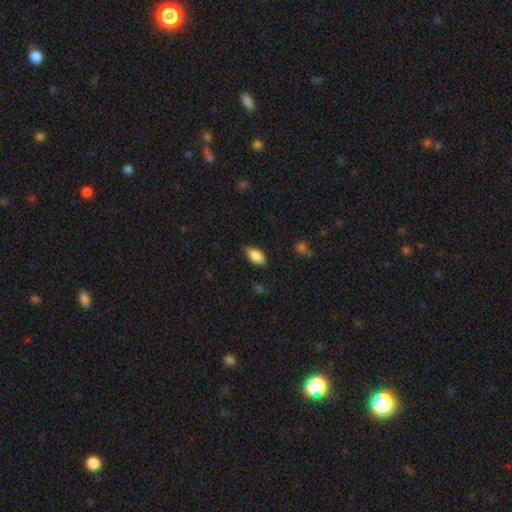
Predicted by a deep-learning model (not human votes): Smooth or featured: smooth — 83% (featured or disk — 10%)
How rounded: in between — 90% (cigar-shaped — 6%)
Merging: none — 76% (minor disturbance — 19%)